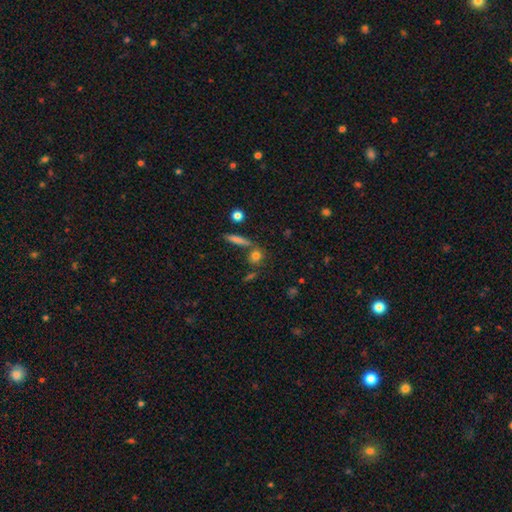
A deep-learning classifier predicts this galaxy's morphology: smooth-or-featured: smooth: 76% | star or artifact: 12% | featured or disk: 12%
  how-rounded: round: 67% | in between: 20% | cigar-shaped: 13%
  merging: none: 68% | merger: 17% | minor disturbance: 11% | major disturbance: 4%